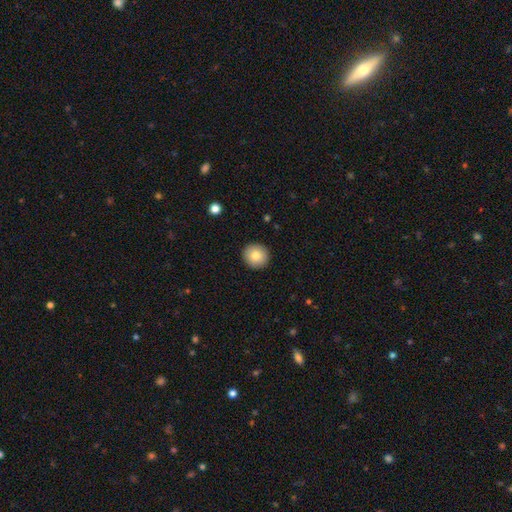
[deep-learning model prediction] smooth 84%, featured or disk 8%, star or artifact 8%. Down the decision tree: how rounded — round (92%); merging — none (92%).